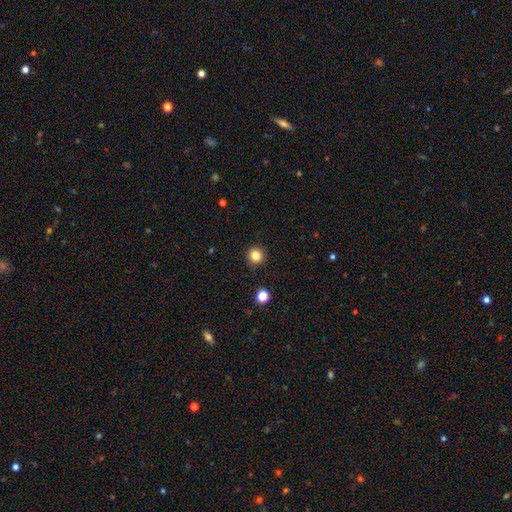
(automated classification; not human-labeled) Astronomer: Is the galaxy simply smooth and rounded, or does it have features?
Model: smooth — 84%.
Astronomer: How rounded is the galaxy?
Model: round — 93%.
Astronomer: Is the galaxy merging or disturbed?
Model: none — 92%.